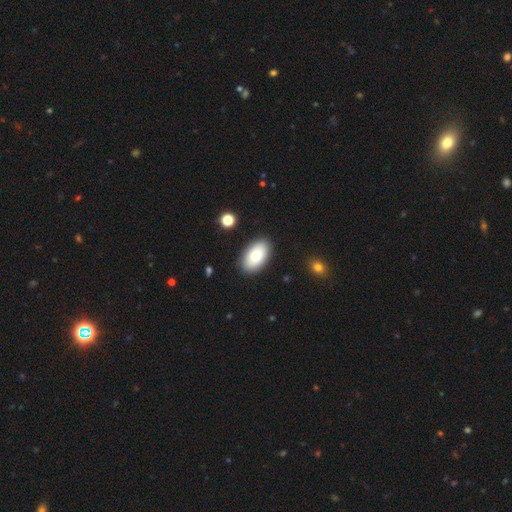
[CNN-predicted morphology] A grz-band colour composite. It shows a smooth galaxy with no disk features (78%) that is in between round and cigar-shaped (94%). Merging: none (89%).